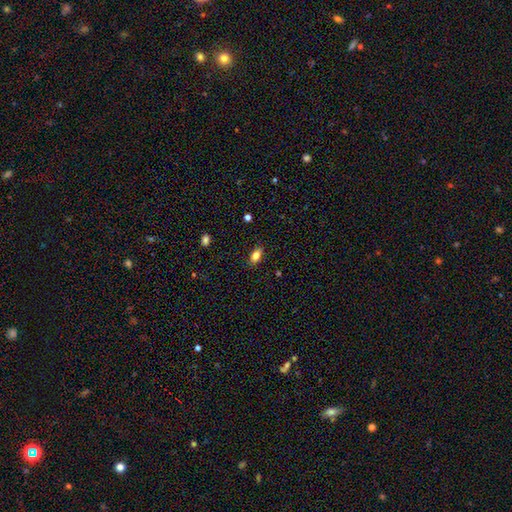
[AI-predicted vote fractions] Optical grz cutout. It shows a smooth galaxy with no disk features (78%) that is in between round and cigar-shaped (86%). Merging: none (87%).